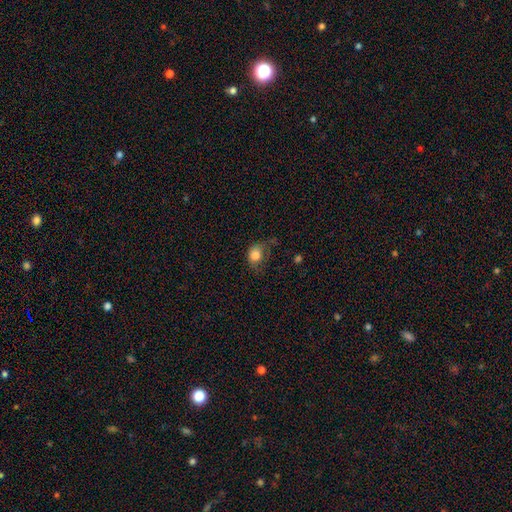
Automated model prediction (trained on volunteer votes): smooth_or_featured: smooth (p=0.81) [alt: featured or disk p=0.11]
how_rounded: round (p=0.51) [alt: in between p=0.48]
merging: none (p=0.37) [alt: minor disturbance p=0.31]